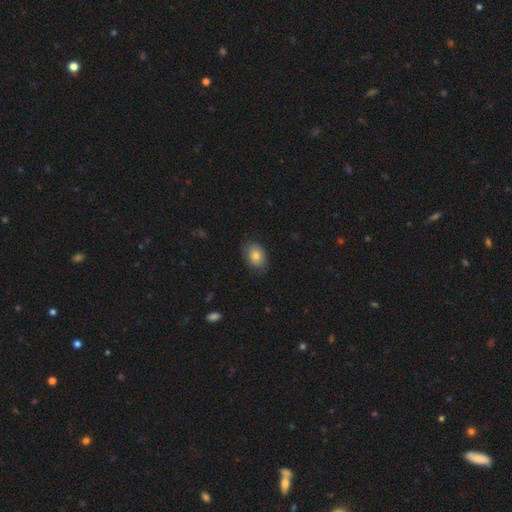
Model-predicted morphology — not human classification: The model was most divided on "how rounded": in between: 76%, round: 23%, cigar-shaped: 1%. More confident: smooth or featured — smooth (77%); merging — none (77%).